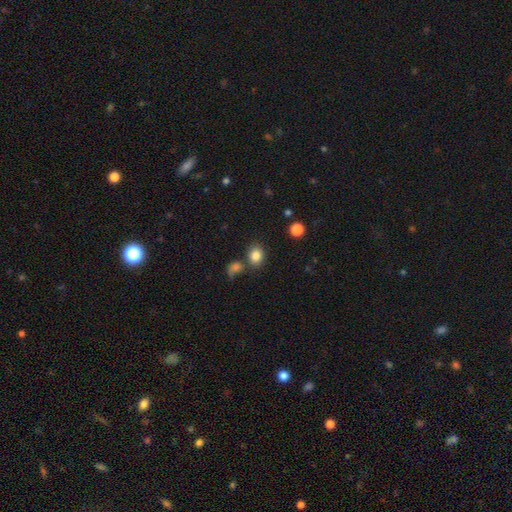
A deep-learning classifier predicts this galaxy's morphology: Smooth or featured? Predicted: smooth (p=0.84). How rounded? Predicted: round (p=0.55). Merging? Predicted: none (p=0.68).